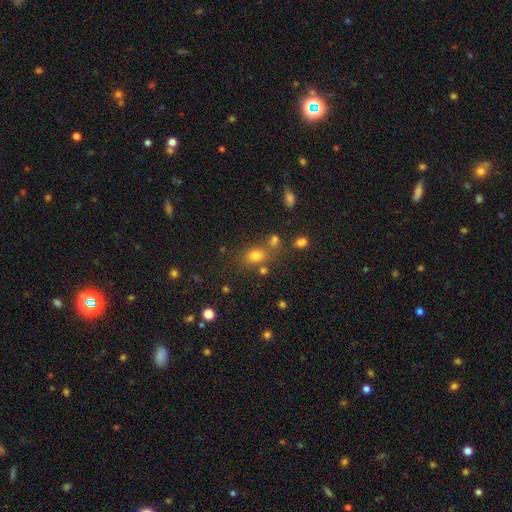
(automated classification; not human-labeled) A smooth galaxy with no disk features (74%) that is in between round and cigar-shaped (57%). Merging: none (62%).